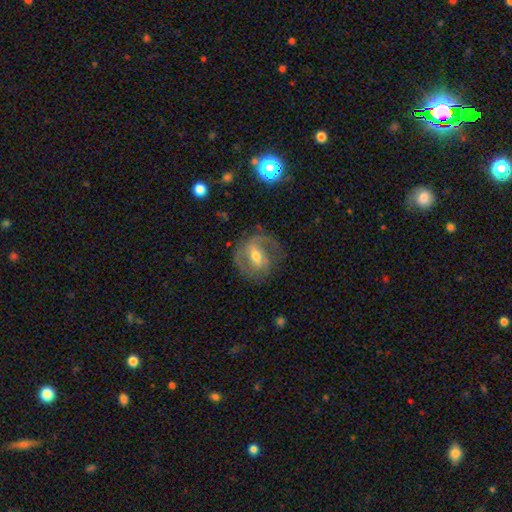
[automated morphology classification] This is likely a featured or disk galaxy (73%). It is clearly not viewed edge-on (96%). Bar: marginally weak (42%). Spiral arm pattern: clearly yes (82%). Spiral arm count: likely 2 (69%). Spiral winding: possibly medium (45%). Central bulge: likely moderate (63%). Merging: likely none (66%).